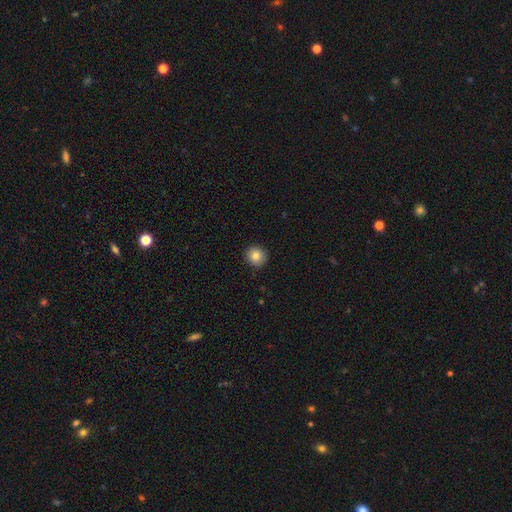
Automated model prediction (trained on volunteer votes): Morphology: type=smooth (84%); roundness=round (93%); merging=none (90%).